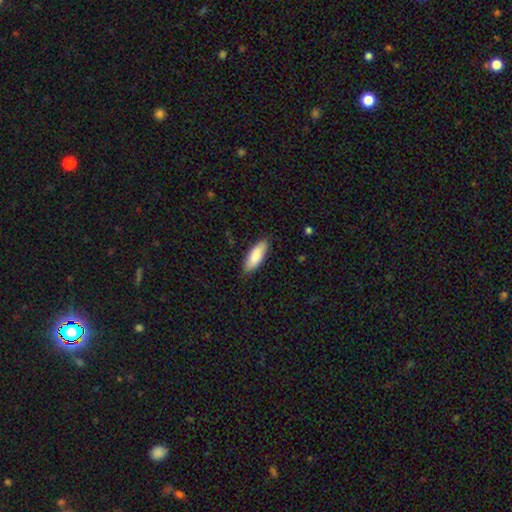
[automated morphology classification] Smooth or featured? Predicted: smooth (p=0.85). How rounded? Predicted: in between (p=0.66). Merging? Predicted: none (p=0.86).